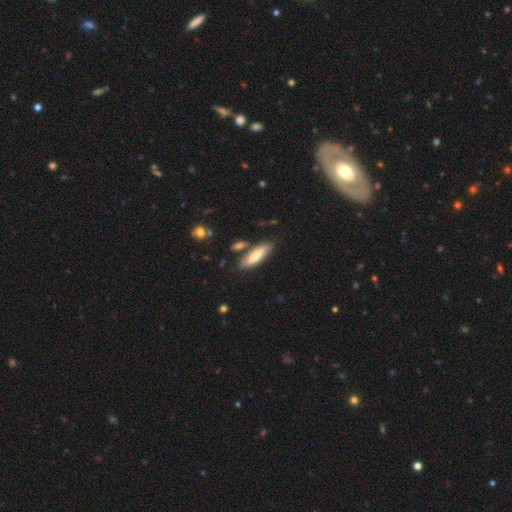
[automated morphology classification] Overall: smooth (72%). How rounded: cigar-shaped (55%; in between 43%). Merging: none (71%).